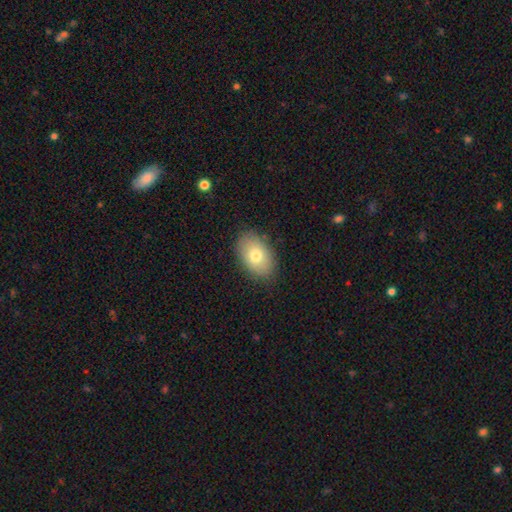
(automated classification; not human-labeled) smooth-or-featured: smooth: 76% | featured or disk: 16% | star or artifact: 8%
  how-rounded: in between: 87% | round: 12% | cigar-shaped: 1%
  merging: none: 85% | minor disturbance: 11% | major disturbance: 3% | merger: 1%